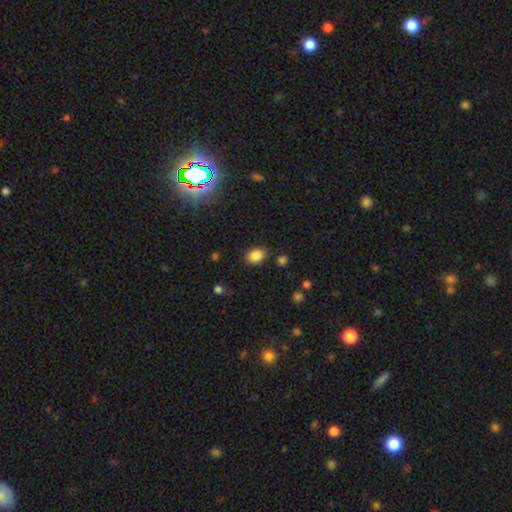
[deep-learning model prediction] The model was most divided on "how rounded": in between: 81%, round: 18%, cigar-shaped: 1%. More confident: smooth or featured — smooth (85%); merging — none (82%).